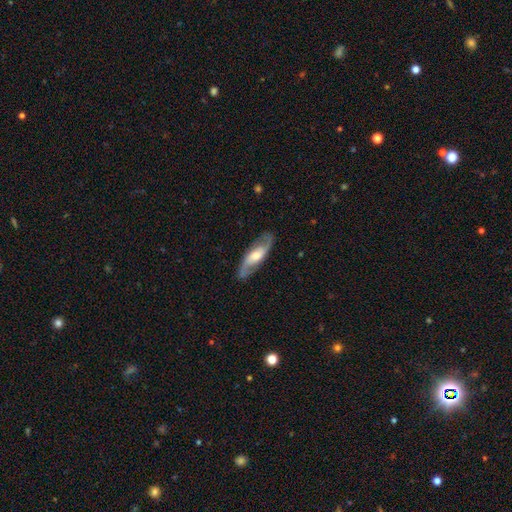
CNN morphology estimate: A featured or disk galaxy (73%) with no bar (43%), 2 (89%) medium (45%) spiral arms (90%) and a moderate central bulge (57%).

Vote fractions:
- Smooth or featured? featured or disk: 73% / smooth: 22% / star or artifact: 5%
- Edge-on disk? no: 83% / yes: 17%
- Bar? no: 43% / weak: 40% / strong: 17%
- Spiral arms? yes: 90% / no: 10%
- Spiral winding? medium: 45% / loose: 38% / tight: 18%
- Spiral arm count? 2: 89% / can't tell: 6% / 1: 2% / 3: 1% / 4: 1% / more than 4: 1%
- Bulge size? moderate: 57% / large: 19% / small: 19% / none: 3% / dominant: 2%
- Merging? none: 84% / minor disturbance: 12% / major disturbance: 4% / merger: 1%